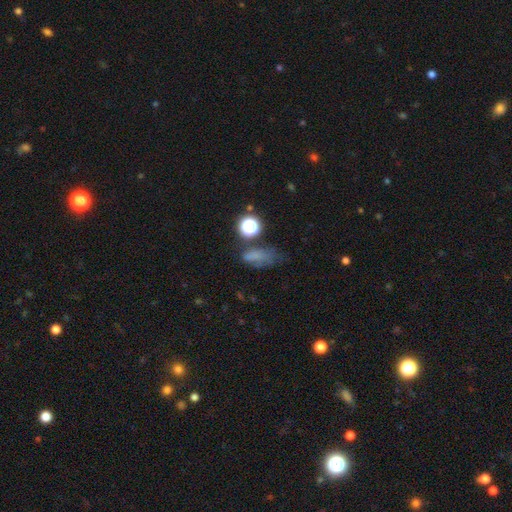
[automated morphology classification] smooth 56%, star or artifact 28%, featured or disk 15%. Down the decision tree: how rounded — in between (65%); merging — none (41%).